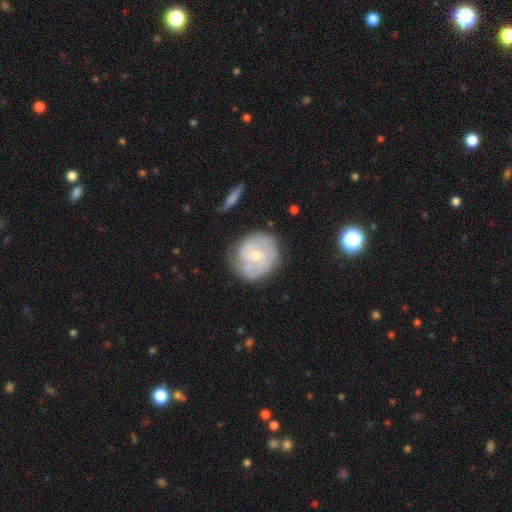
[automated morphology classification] Q: Smooth or featured?
A: featured or disk (67%); runner-up: smooth (28%)
Q: Edge-on disk?
A: no (98%); runner-up: yes (2%)
Q: Bar?
A: no (68%); runner-up: weak (28%)
Q: Spiral arms?
A: yes (82%); runner-up: no (18%)
Q: Spiral winding?
A: tight (51%); runner-up: medium (35%)
Q: Spiral arm count?
A: 2 (43%); runner-up: can't tell (31%)
Q: Bulge size?
A: moderate (49%); runner-up: small (46%)
Q: Merging?
A: none (69%); runner-up: minor disturbance (21%)